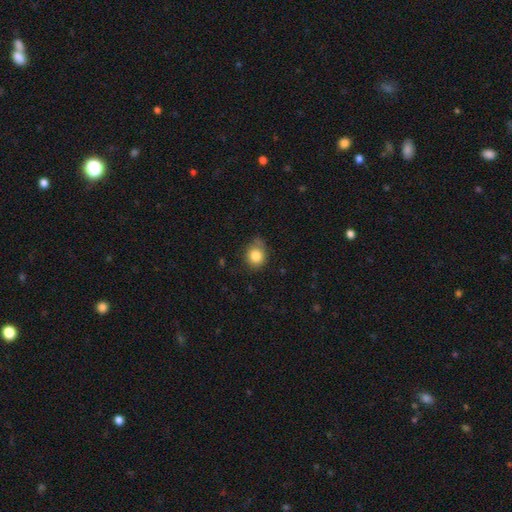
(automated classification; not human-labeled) The model was most divided on "merging": none: 62%, minor disturbance: 29%, major disturbance: 6%, merger: 3%. More confident: smooth or featured — smooth (83%); how rounded — round (70%).